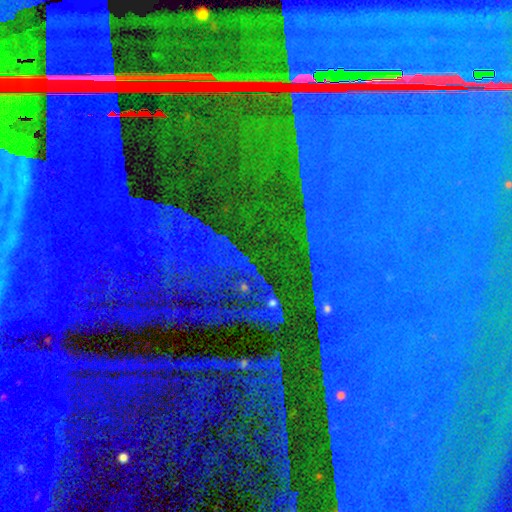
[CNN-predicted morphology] smooth_or_featured: star or artifact (p=0.90) [alt: featured or disk p=0.06]